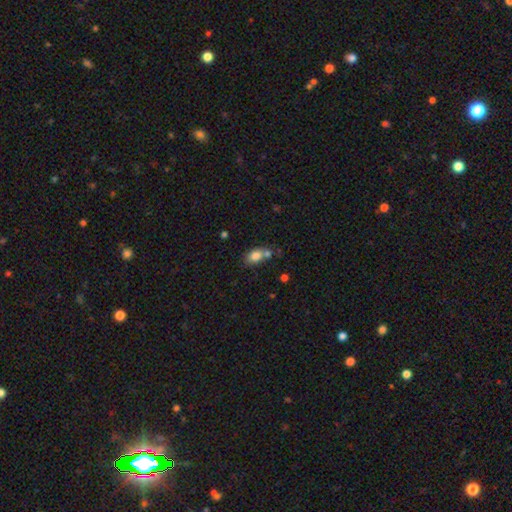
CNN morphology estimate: A smooth galaxy with no disk features (82%) that is in between round and cigar-shaped (80%). Merging: none (47%).